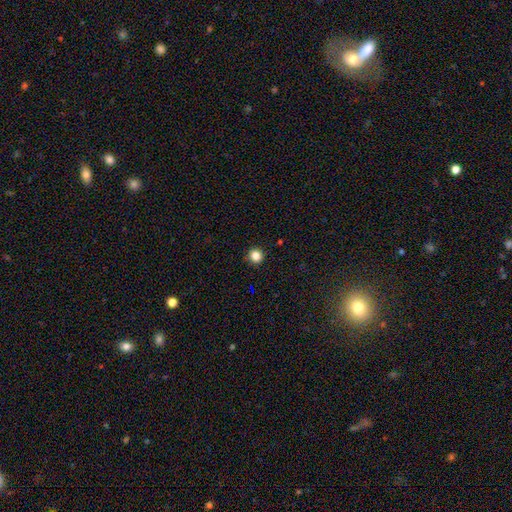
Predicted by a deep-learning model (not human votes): This appears to be a smooth galaxy with no disk features (85%) that is round (94%). Merging: none (92%).